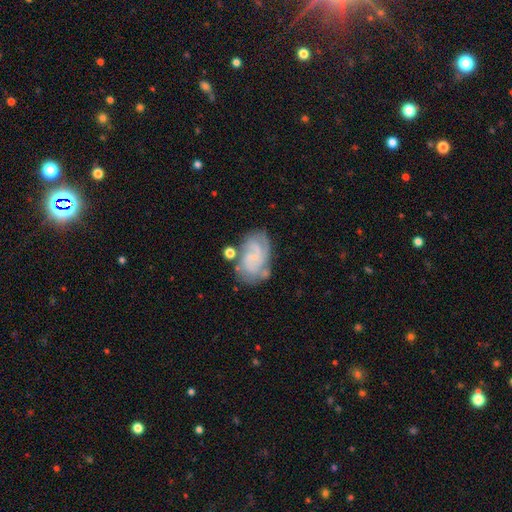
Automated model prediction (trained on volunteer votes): Smooth or featured?
  - featured or disk: 73% *
  - smooth: 19%
  - star or artifact: 8%
Edge-on disk?
  - no: 97% *
  - yes: 3%
Bar?
  - no: 58% *
  - weak: 35%
  - strong: 8%
Spiral arms?
  - yes: 91% *
  - no: 9%
Spiral winding?
  - tight: 48% *
  - medium: 38%
  - loose: 14%
Spiral arm count?
  - 2: 41% *
  - can't tell: 25%
  - 3: 20%
  - 1: 5%
  - 4: 5%
  - more than 4: 4%
Bulge size?
  - small: 49% *
  - none: 40%
  - moderate: 8%
  - large: 1%
  - dominant: 1%
Merging?
  - none: 60% *
  - minor disturbance: 21%
  - major disturbance: 10%
  - merger: 9%